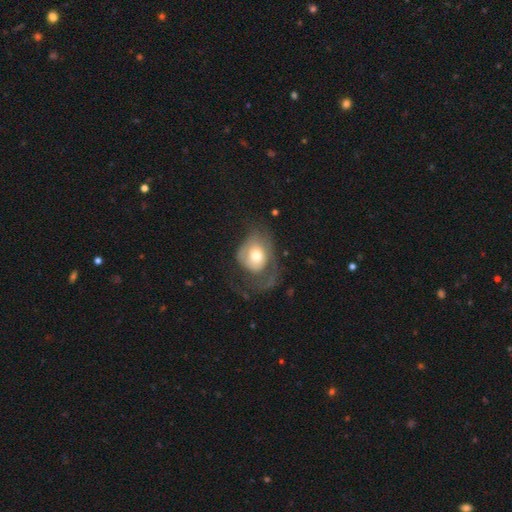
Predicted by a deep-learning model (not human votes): Smooth or featured? featured or disk (48%)
Merging? major disturbance (52%)